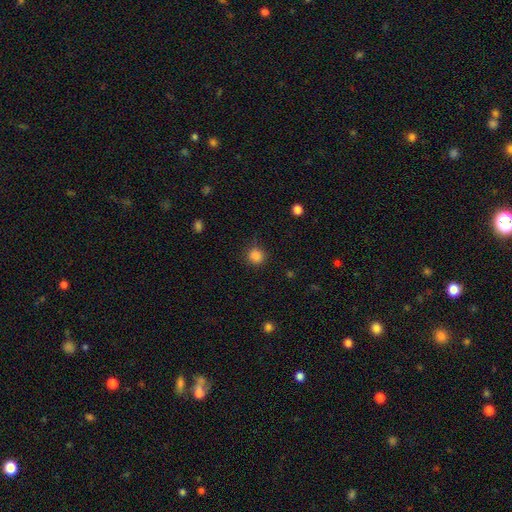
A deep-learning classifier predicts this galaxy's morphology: The model was most divided on "smooth or featured": smooth: 85%, star or artifact: 11%, featured or disk: 3%. More confident: how rounded — round (91%); merging — none (86%).